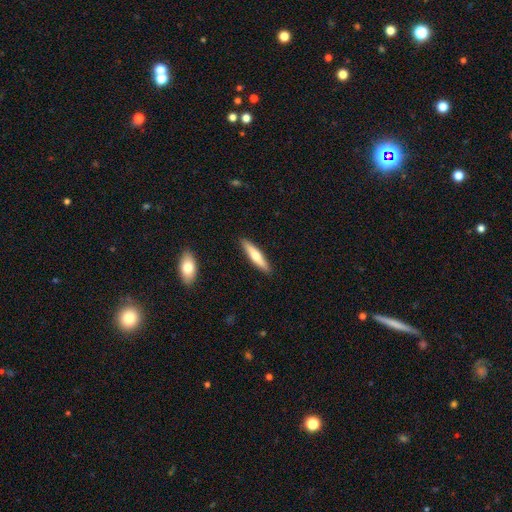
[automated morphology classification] A smooth galaxy with no disk features (61%) that is cigar-shaped (82%).

Vote fractions:
- Smooth or featured? smooth: 61% / featured or disk: 33% / star or artifact: 6%
- How rounded? cigar-shaped: 82% / in between: 16% / round: 1%
- Merging? none: 90% / minor disturbance: 7% / major disturbance: 1% / merger: 1%